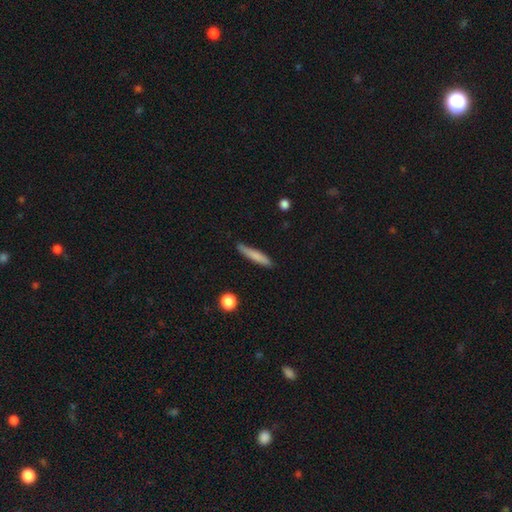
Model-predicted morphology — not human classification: Smooth or featured? Predicted: smooth (p=0.76). How rounded? Predicted: cigar-shaped (p=0.91). Merging? Predicted: none (p=0.81).